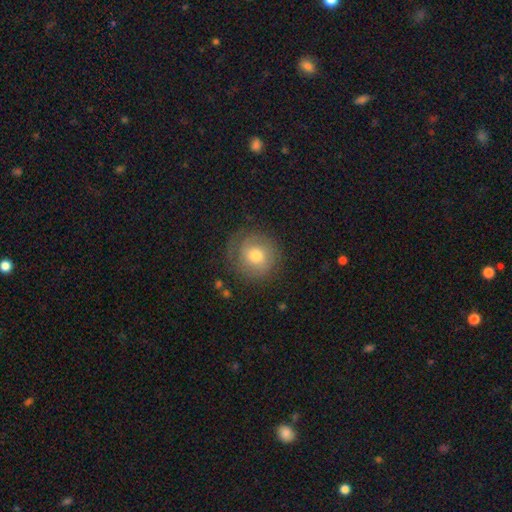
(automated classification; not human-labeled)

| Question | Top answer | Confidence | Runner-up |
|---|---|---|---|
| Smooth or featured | smooth | 58% | featured or disk (33%) |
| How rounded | round | 92% | in between (8%) |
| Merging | none | 75% | minor disturbance (16%) |